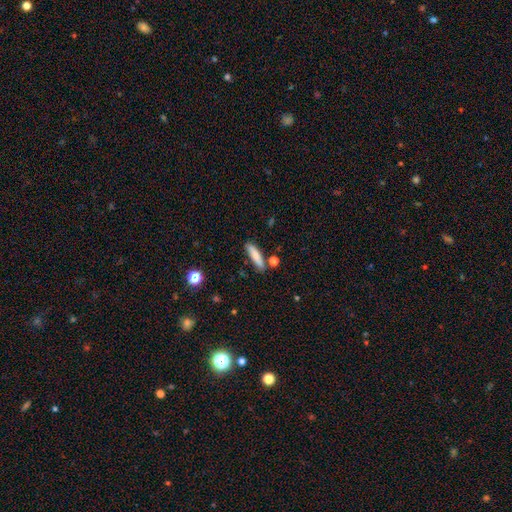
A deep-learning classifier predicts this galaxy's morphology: A smooth galaxy with no disk features (77%) that is cigar-shaped (77%). Merging: none (77%).